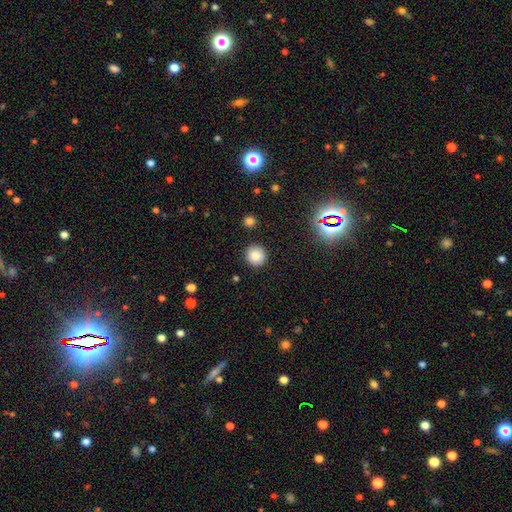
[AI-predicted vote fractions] smooth_or_featured: smooth (p=0.84) [alt: star or artifact p=0.11]
how_rounded: round (p=0.94) [alt: in between p=0.05]
merging: none (p=0.91) [alt: minor disturbance p=0.06]